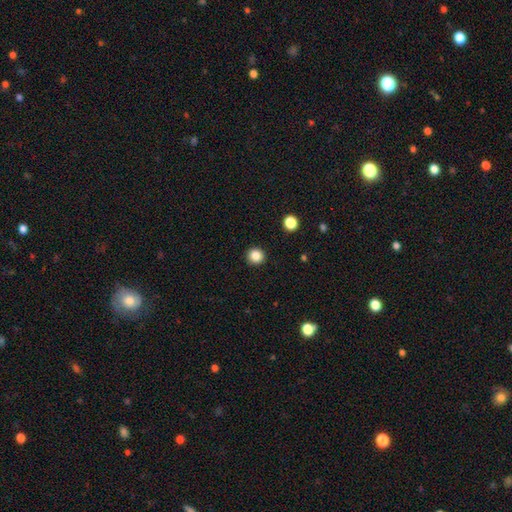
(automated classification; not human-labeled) Morphology: type=smooth (85%); roundness=round (94%); merging=none (93%).